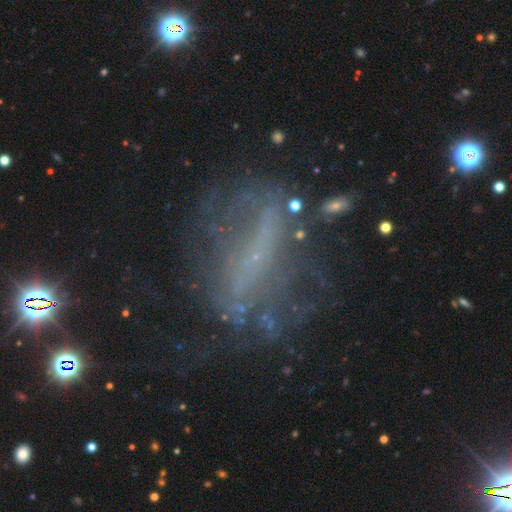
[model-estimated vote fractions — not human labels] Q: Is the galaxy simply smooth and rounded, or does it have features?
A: featured or disk — 54%.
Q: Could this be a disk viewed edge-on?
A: no — 79%.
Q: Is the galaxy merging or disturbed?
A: none — 52%.